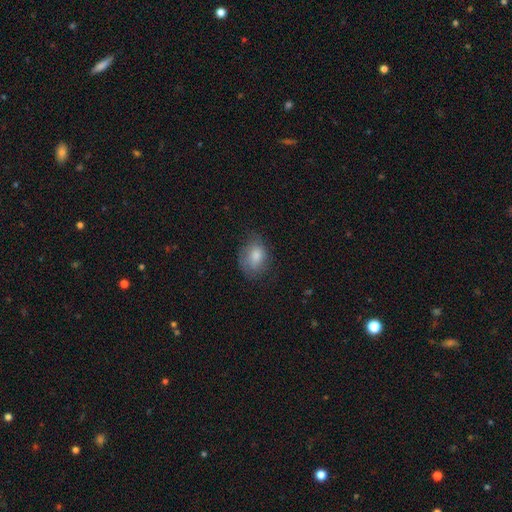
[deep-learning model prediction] A smooth galaxy with no disk features (72%) that is in between round and cigar-shaped (66%).

Vote fractions:
- Smooth or featured? smooth: 72% / featured or disk: 18% / star or artifact: 10%
- How rounded? in between: 66% / round: 33% / cigar-shaped: 1%
- Merging? none: 64% / minor disturbance: 25% / major disturbance: 9% / merger: 1%